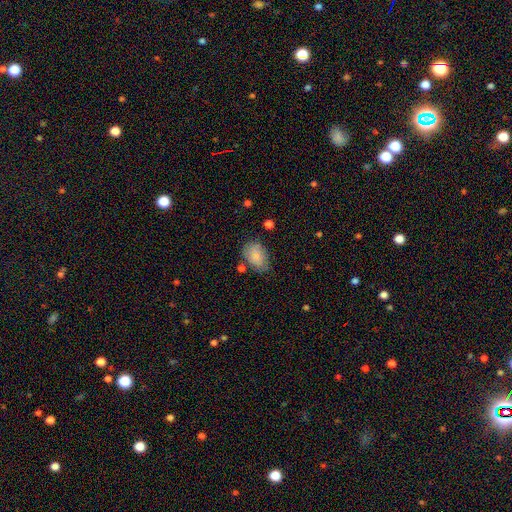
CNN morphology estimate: This appears to be a smooth galaxy with no disk features (82%) that is in between round and cigar-shaped (84%). Merging: none (64%).